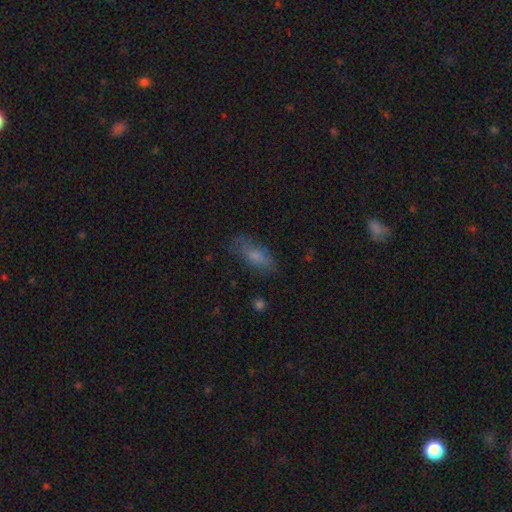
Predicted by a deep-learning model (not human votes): Smooth or featured? Predicted: smooth (p=0.72). How rounded? Predicted: in between (p=0.76). Merging? Predicted: none (p=0.65).